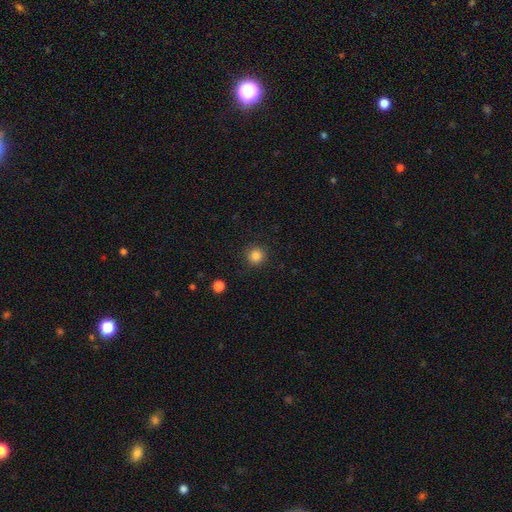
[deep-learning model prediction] A smooth galaxy with no disk features (85%) that is round (94%). Merging: none (90%).